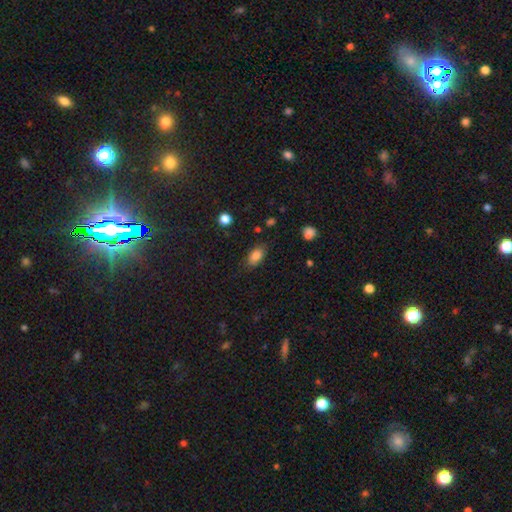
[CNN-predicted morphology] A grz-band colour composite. It shows a smooth galaxy with no disk features (83%) that is in between round and cigar-shaped (88%). Merging: none (81%).